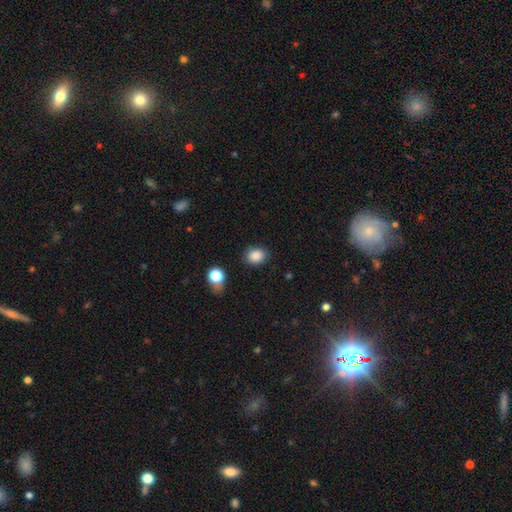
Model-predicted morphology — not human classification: The model was most divided on "how rounded": round: 56%, in between: 43%, cigar-shaped: 1%. More confident: smooth or featured — smooth (87%); merging — none (84%).